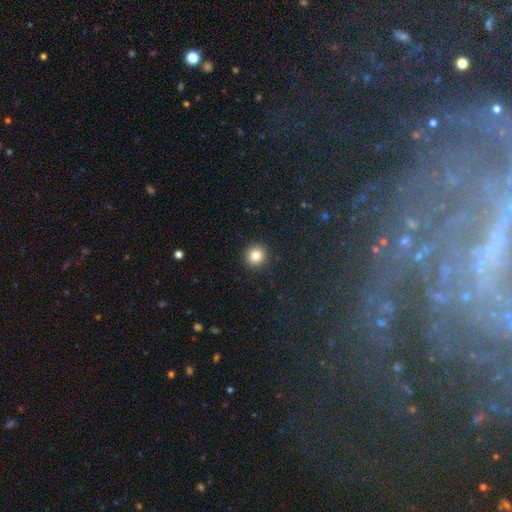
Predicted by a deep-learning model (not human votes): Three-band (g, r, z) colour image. It shows a smooth galaxy with no disk features (83%) that is round (90%). Merging: none (91%).